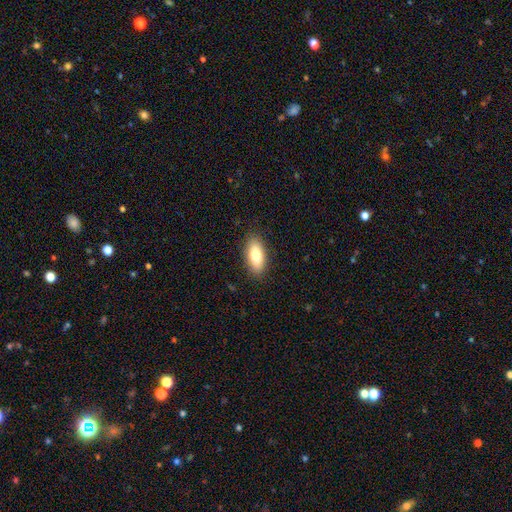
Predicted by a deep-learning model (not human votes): Morphology: type=smooth (78%); roundness=in between (84%); merging=none (88%).